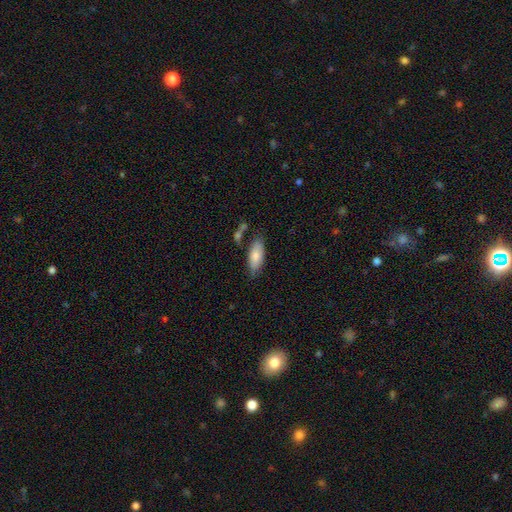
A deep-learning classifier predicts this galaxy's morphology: This is likely a smooth galaxy (79%). How rounded: likely in between (78%). Merging: likely none (66%).